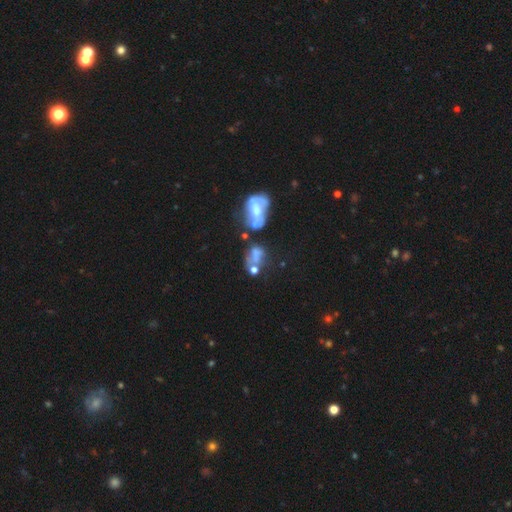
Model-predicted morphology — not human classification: Smooth or featured?
  - smooth: 44% *
  - featured or disk: 39%
  - star or artifact: 17%
Merging?
  - merger: 36% *
  - major disturbance: 24%
  - none: 24%
  - minor disturbance: 16%